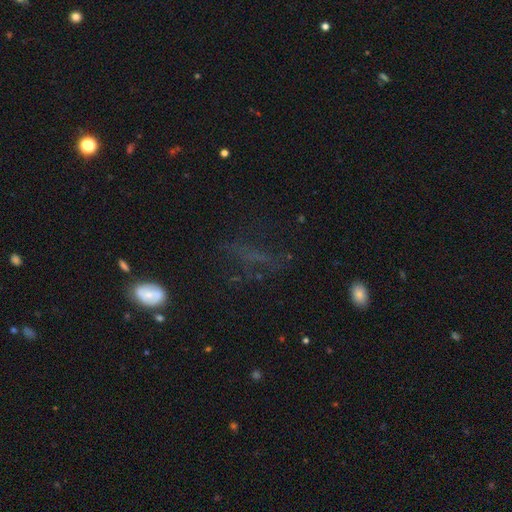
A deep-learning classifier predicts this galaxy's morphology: type=star or artifact (43%).